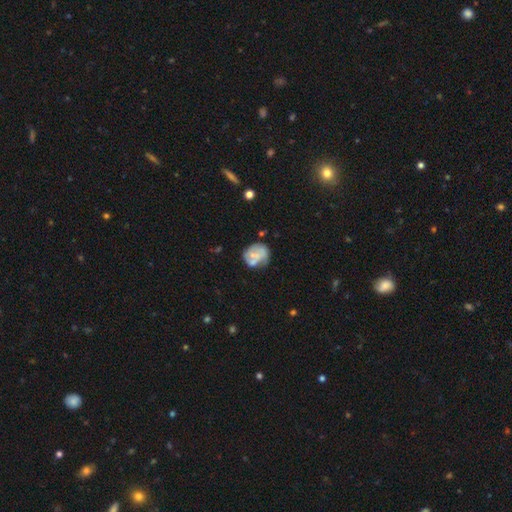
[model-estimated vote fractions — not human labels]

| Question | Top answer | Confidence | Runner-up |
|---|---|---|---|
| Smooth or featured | featured or disk | 49% | smooth (43%) |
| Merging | none | 41% | minor disturbance (27%) |